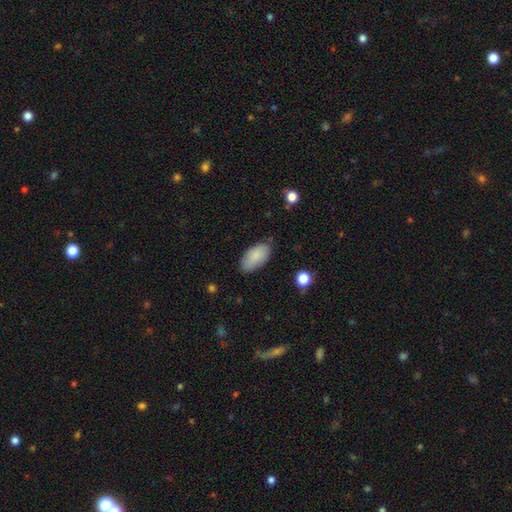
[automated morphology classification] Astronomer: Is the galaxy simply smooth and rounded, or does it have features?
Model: smooth — 86%.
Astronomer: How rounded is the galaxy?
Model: in between — 95%.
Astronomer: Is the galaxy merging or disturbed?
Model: none — 79%.